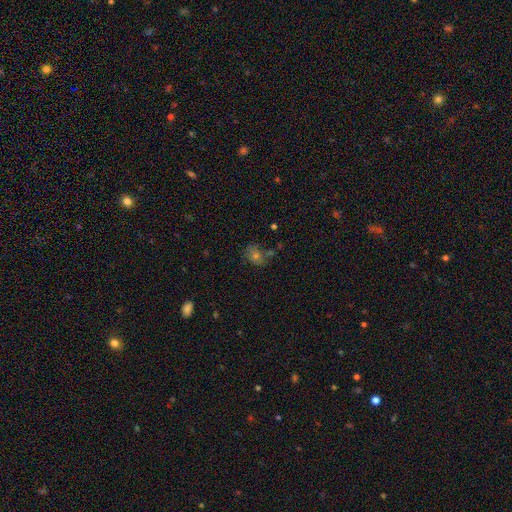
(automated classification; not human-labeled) Q: Smooth or featured?
A: smooth (48%); runner-up: star or artifact (28%)
Q: Merging?
A: none (64%); runner-up: minor disturbance (19%)